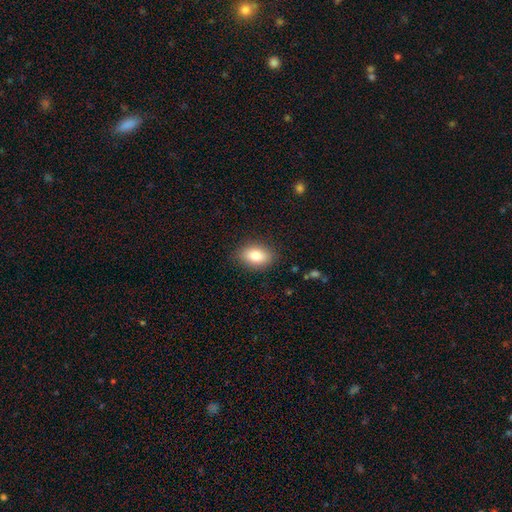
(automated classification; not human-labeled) A smooth galaxy with no disk features (84%) that is in between round and cigar-shaped (88%). Merging: none (86%).